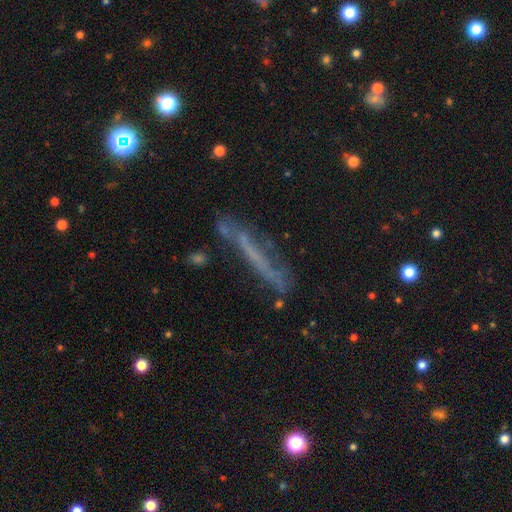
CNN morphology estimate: The model was most divided on "smooth or featured": featured or disk: 48%, smooth: 38%, star or artifact: 15%. More confident: merging — none (69%).